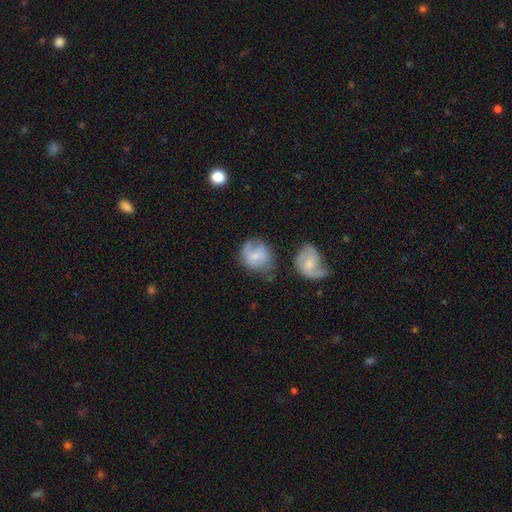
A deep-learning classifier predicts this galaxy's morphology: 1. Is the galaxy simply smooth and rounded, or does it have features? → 52% smooth, 41% featured or disk, 7% star or artifact.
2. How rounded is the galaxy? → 60% round, 39% in between, 1% cigar-shaped.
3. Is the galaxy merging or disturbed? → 42% none, 28% minor disturbance, 18% major disturbance, 12% merger.